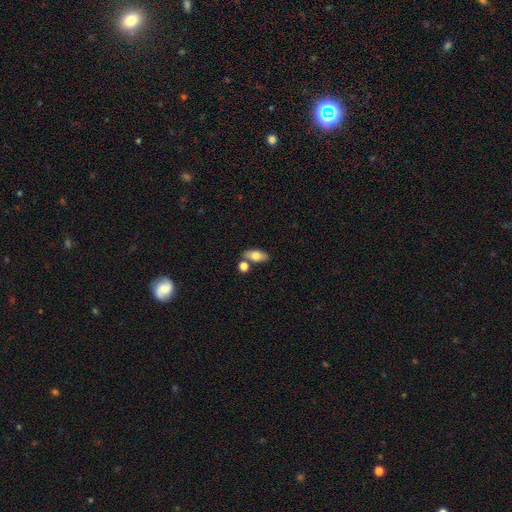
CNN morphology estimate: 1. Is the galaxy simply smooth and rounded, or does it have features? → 74% smooth, 19% featured or disk, 7% star or artifact.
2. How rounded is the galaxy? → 85% in between, 10% cigar-shaped, 5% round.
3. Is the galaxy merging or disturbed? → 68% none, 18% merger, 11% minor disturbance, 3% major disturbance.